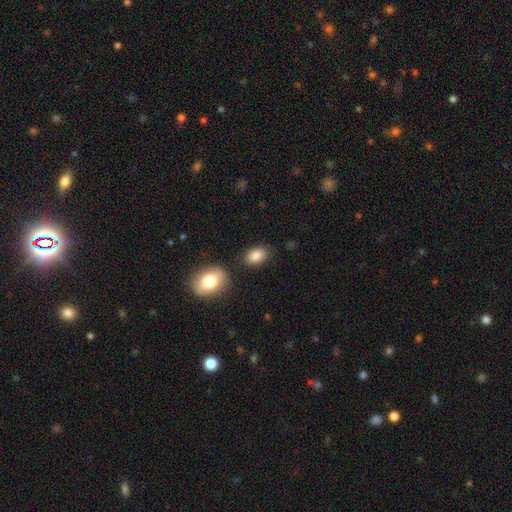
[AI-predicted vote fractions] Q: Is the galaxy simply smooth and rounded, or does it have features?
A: smooth — 85%.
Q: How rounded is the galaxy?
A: in between — 86%.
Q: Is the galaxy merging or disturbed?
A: none — 80%.